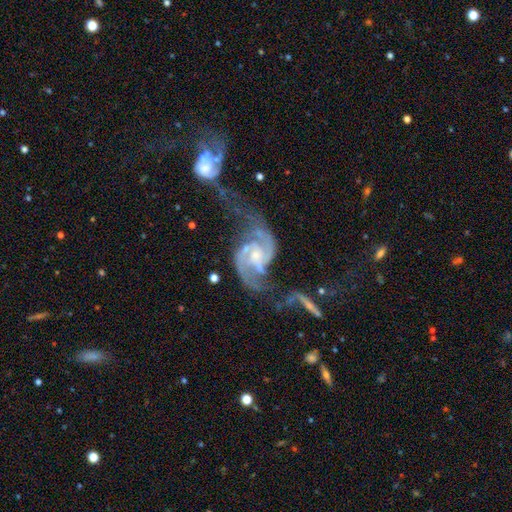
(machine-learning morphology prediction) Smooth or featured?
  - featured or disk: 92% *
  - star or artifact: 5%
  - smooth: 3%
Edge-on disk?
  - no: 98% *
  - yes: 2%
Bar?
  - no: 54% *
  - weak: 36%
  - strong: 10%
Spiral arms?
  - yes: 98% *
  - no: 2%
Spiral winding?
  - medium: 50% *
  - loose: 32%
  - tight: 18%
Spiral arm count?
  - 2: 85% *
  - 3: 5%
  - can't tell: 4%
  - 1: 2%
  - 4: 2%
  - more than 4: 2%
Bulge size?
  - small: 62% *
  - moderate: 29%
  - none: 6%
  - large: 2%
  - dominant: 1%
Merging?
  - none: 33% *
  - major disturbance: 28%
  - merger: 20%
  - minor disturbance: 18%